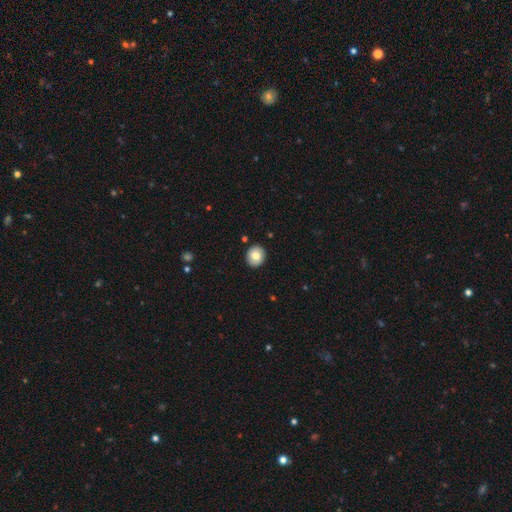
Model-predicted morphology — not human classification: The model was most divided on "how rounded": round: 76%, in between: 23%, cigar-shaped: 1%. More confident: merging — none (90%); smooth or featured — smooth (75%).